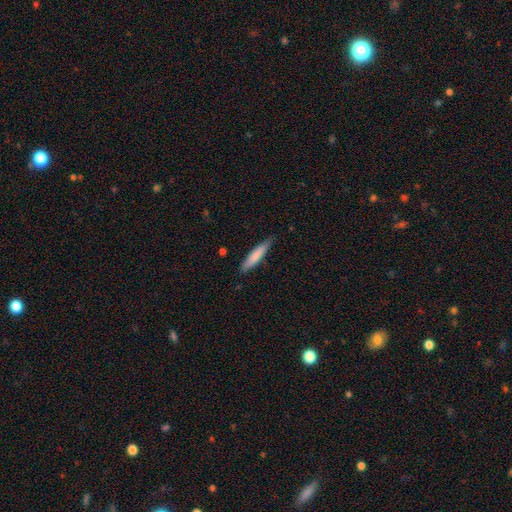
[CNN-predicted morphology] A smooth galaxy with no disk features (77%) that is cigar-shaped (87%). Merging: none (82%).